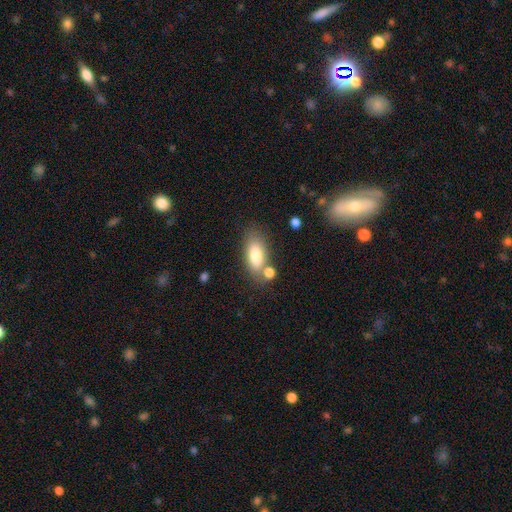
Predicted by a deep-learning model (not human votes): The model was most divided on "merging": none: 66%, merger: 15%, minor disturbance: 14%, major disturbance: 5%. More confident: how rounded — in between (84%); smooth or featured — smooth (78%).